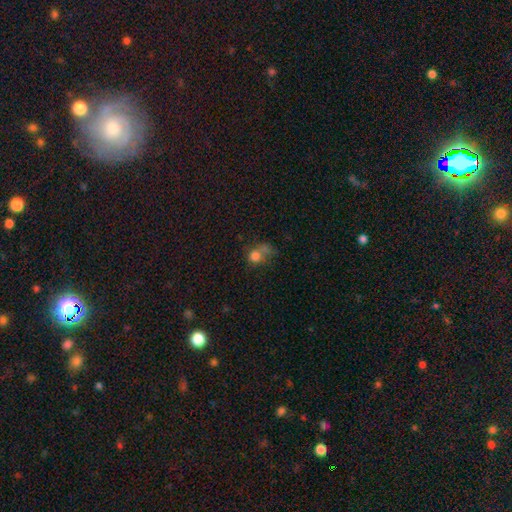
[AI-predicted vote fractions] This appears to be a smooth galaxy with no disk features (72%) that is round (63%). Merging: none (28%).